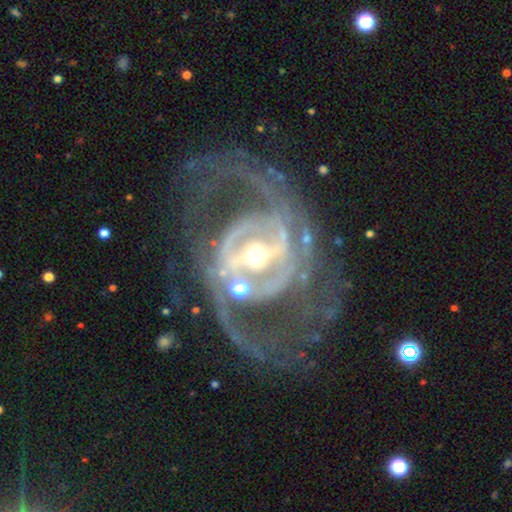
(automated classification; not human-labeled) A featured or disk galaxy (91%) with a strong bar (62%), 2 (68%) medium (48%) spiral arms (92%) and a moderate central bulge (61%).

Vote fractions:
- Smooth or featured? featured or disk: 91% / star or artifact: 5% / smooth: 4%
- Edge-on disk? no: 96% / yes: 4%
- Bar? strong: 62% / weak: 27% / no: 12%
- Spiral arms? yes: 92% / no: 8%
- Spiral winding? medium: 48% / tight: 31% / loose: 21%
- Spiral arm count? 2: 68% / can't tell: 11% / 3: 9% / 1: 4% / 4: 4% / more than 4: 3%
- Bulge size? moderate: 61% / small: 30% / large: 7% / dominant: 1% / none: 1%
- Merging? none: 59% / major disturbance: 20% / minor disturbance: 16% / merger: 5%